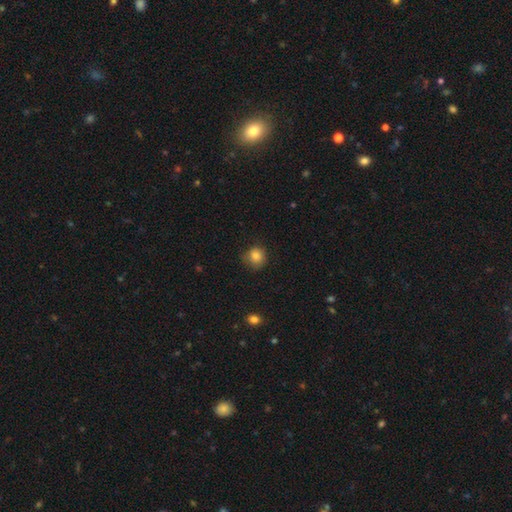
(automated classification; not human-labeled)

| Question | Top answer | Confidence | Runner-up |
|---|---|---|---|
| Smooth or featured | smooth | 84% | star or artifact (10%) |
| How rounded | round | 87% | in between (13%) |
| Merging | none | 73% | minor disturbance (21%) |